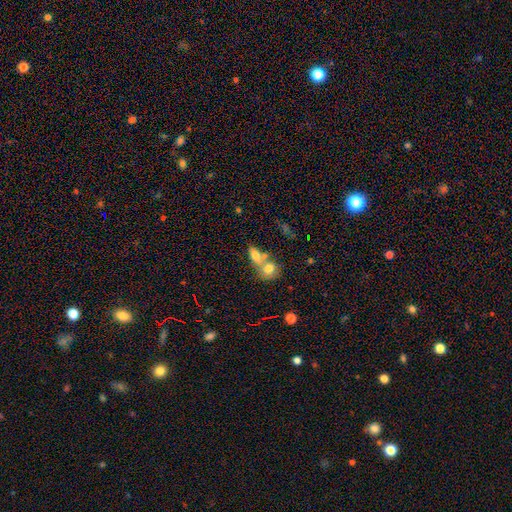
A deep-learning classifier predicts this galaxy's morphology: smooth 70%, featured or disk 19%, star or artifact 10%. Down the decision tree: how rounded — in between (69%); merging — merger (60%).